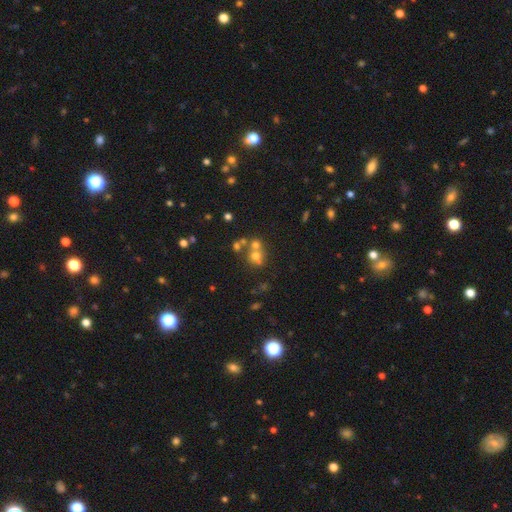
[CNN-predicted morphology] A smooth galaxy with no disk features (55%) that is round (78%). Merging: merger (44%).